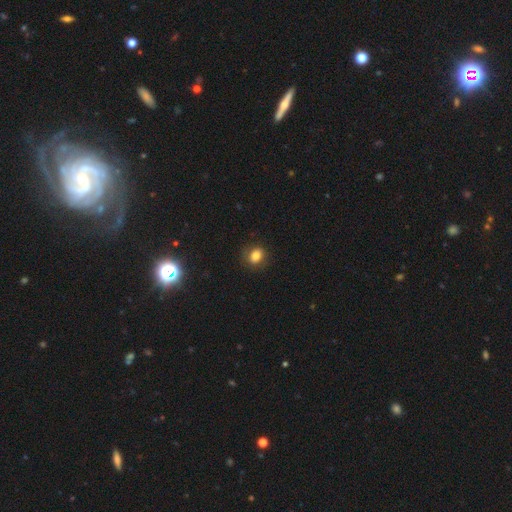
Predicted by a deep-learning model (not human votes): Smooth or featured? Predicted: smooth (p=0.81). How rounded? Predicted: in between (p=0.50). Merging? Predicted: none (p=0.82).